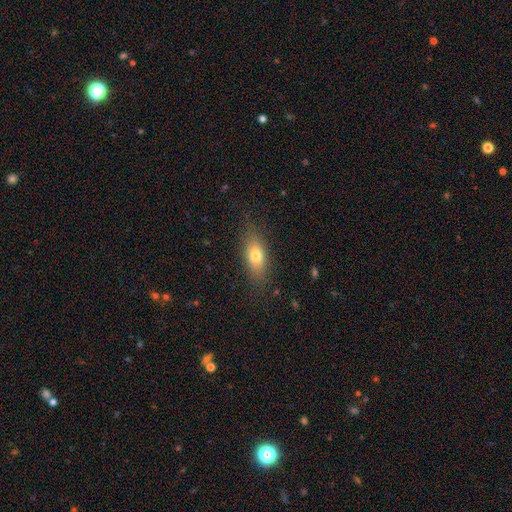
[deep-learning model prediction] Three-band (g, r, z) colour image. It shows a smooth galaxy with no disk features (74%) that is in between round and cigar-shaped (78%). Merging: none (82%).